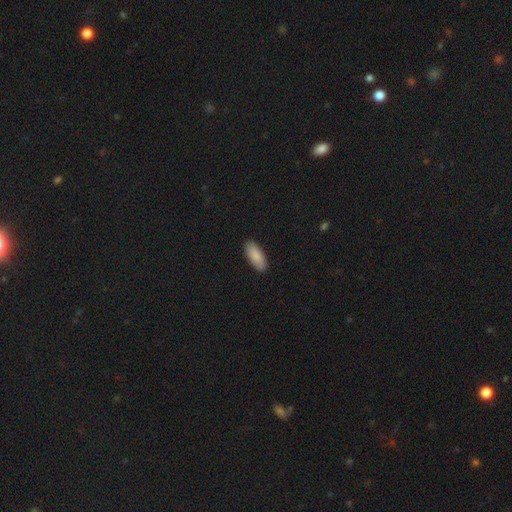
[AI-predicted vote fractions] Smooth or featured: smooth — 89% (featured or disk — 6%)
How rounded: in between — 84% (cigar-shaped — 14%)
Merging: none — 89% (minor disturbance — 8%)